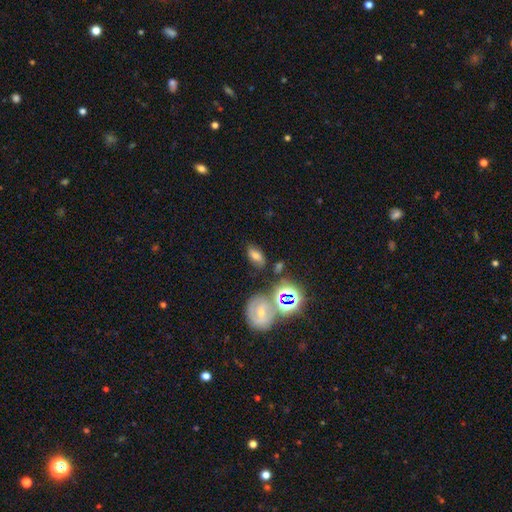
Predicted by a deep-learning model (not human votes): Q: Smooth or featured?
A: smooth (54%); runner-up: featured or disk (26%)
Q: How rounded?
A: in between (84%); runner-up: round (10%)
Q: Merging?
A: none (69%); runner-up: minor disturbance (17%)